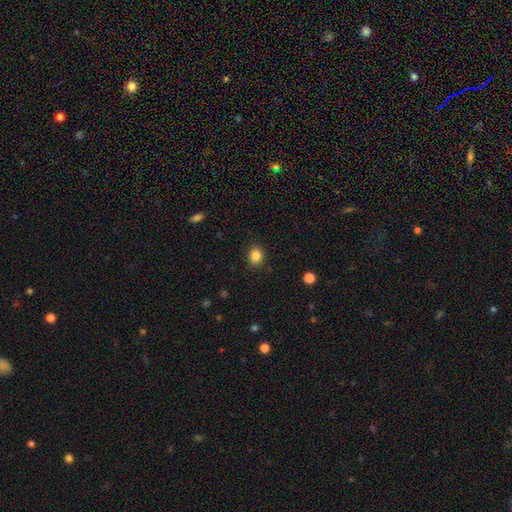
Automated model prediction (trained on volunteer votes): Q: Smooth or featured?
A: smooth (85%); runner-up: star or artifact (11%)
Q: How rounded?
A: round (63%); runner-up: in between (36%)
Q: Merging?
A: none (88%); runner-up: minor disturbance (8%)